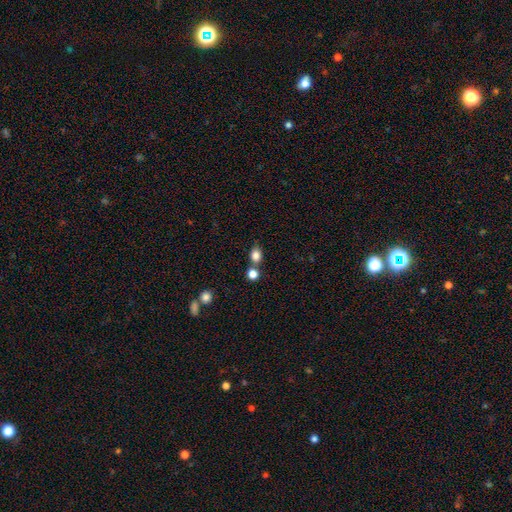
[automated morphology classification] This is clearly a smooth galaxy (83%). How rounded: possibly in between (53%). Merging: likely none (64%).